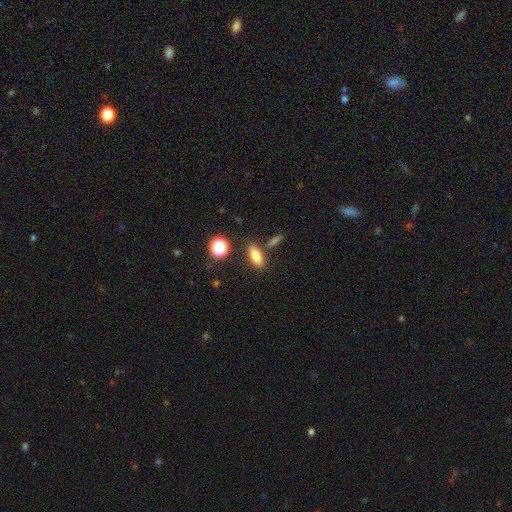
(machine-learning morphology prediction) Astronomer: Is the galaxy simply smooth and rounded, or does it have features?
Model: smooth — 74%.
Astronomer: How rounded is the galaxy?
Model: in between — 69%.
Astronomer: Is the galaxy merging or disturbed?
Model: none — 78%.